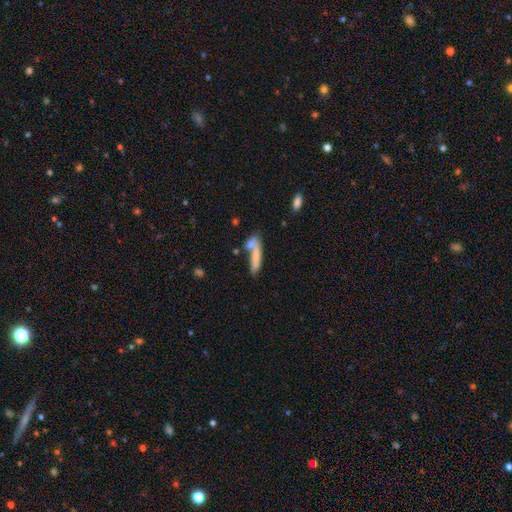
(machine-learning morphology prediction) A smooth galaxy with no disk features (69%) that is cigar-shaped (76%). Merging: none (41%).